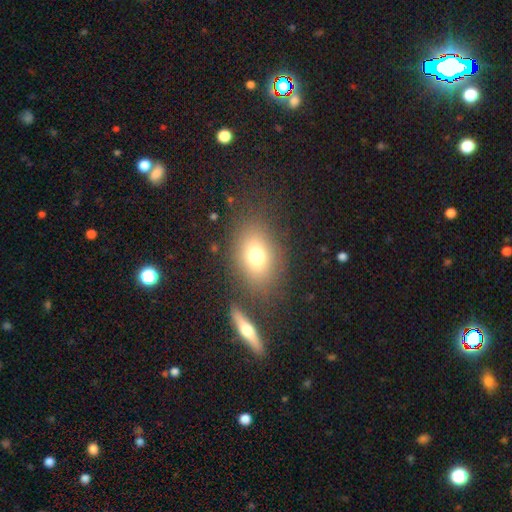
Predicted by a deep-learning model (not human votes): Smooth or featured?
  - smooth: 72% *
  - featured or disk: 14%
  - star or artifact: 14%
How rounded?
  - in between: 64% *
  - round: 34%
  - cigar-shaped: 2%
Merging?
  - none: 74% *
  - minor disturbance: 11%
  - major disturbance: 7%
  - merger: 7%